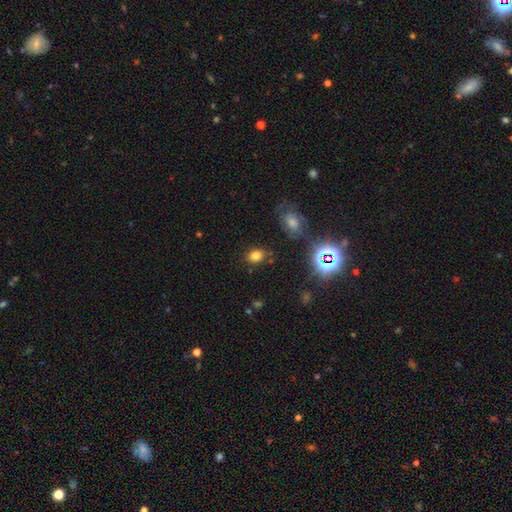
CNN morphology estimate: smooth 74%, star or artifact 19%, featured or disk 7%. Down the decision tree: how rounded — in between (56%); merging — none (82%).